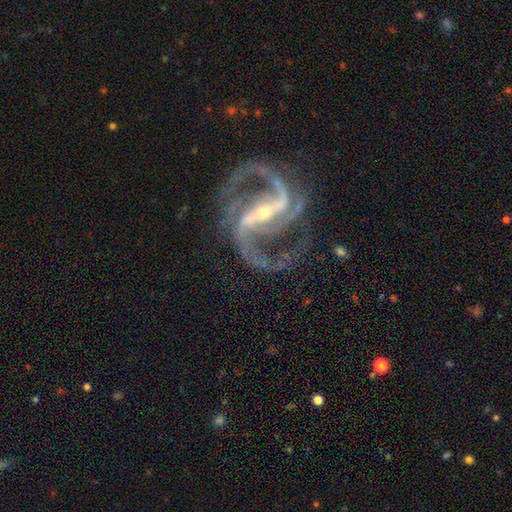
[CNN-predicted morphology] Smooth or featured? Predicted: featured or disk (p=0.94). Edge-on disk? Predicted: no (p=0.98). Bar? Predicted: strong (p=0.72). Spiral arms? Predicted: yes (p=0.99). Spiral winding? Predicted: medium (p=0.63). Spiral arm count? Predicted: 2 (p=0.78). Bulge size? Predicted: small (p=0.68). Merging? Predicted: none (p=0.73).